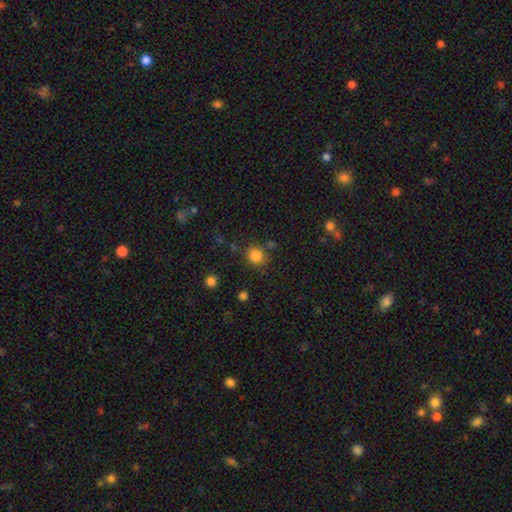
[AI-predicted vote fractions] Smooth or featured: smooth — 83% (star or artifact — 12%)
How rounded: round — 82% (in between — 17%)
Merging: none — 79% (minor disturbance — 11%)